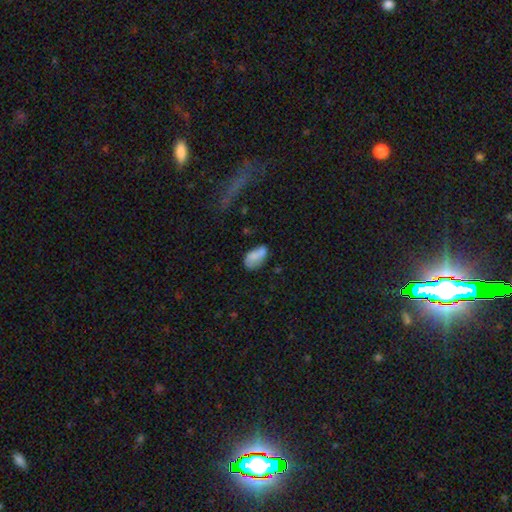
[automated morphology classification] A smooth galaxy with no disk features (70%) that is in between round and cigar-shaped (91%). Merging: none (51%).